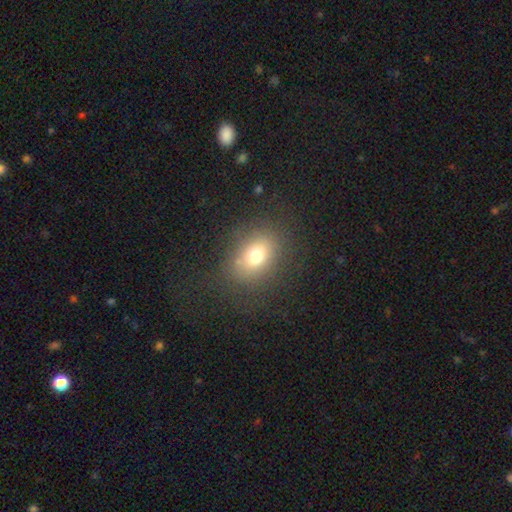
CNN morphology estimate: A smooth galaxy with no disk features (72%) that is in between round and cigar-shaped (59%). Merging: none (79%).